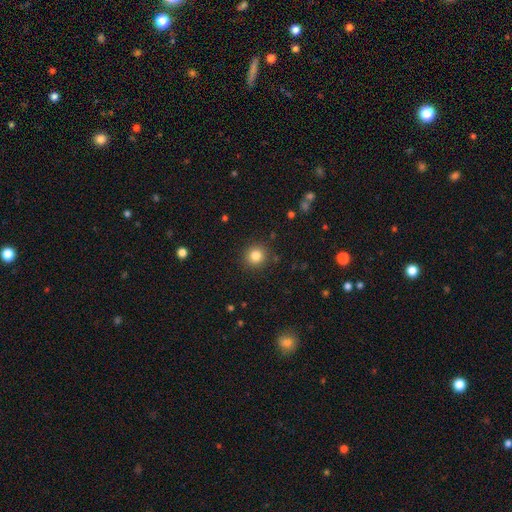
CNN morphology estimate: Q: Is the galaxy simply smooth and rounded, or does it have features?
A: smooth — 82%.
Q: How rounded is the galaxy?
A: round — 93%.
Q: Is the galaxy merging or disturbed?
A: none — 90%.